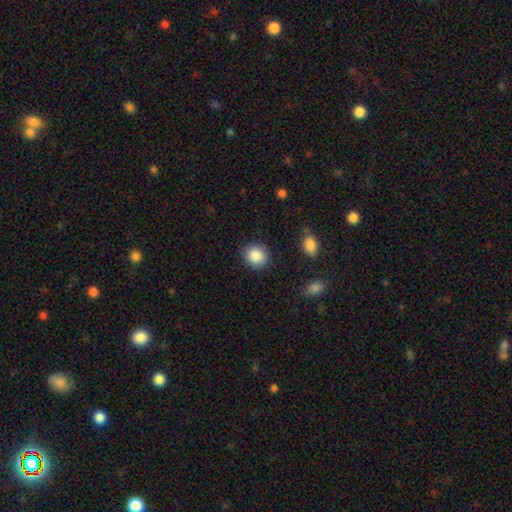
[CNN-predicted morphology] Q: Smooth or featured?
A: smooth (88%); runner-up: star or artifact (8%)
Q: How rounded?
A: round (85%); runner-up: in between (14%)
Q: Merging?
A: none (87%); runner-up: minor disturbance (8%)